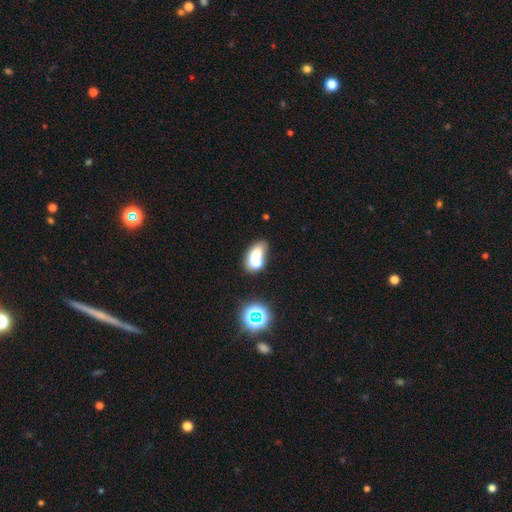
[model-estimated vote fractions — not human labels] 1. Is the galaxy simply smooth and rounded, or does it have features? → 62% smooth, 23% featured or disk, 15% star or artifact.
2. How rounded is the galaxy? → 74% in between, 23% round, 3% cigar-shaped.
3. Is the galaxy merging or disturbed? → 53% merger, 31% none, 10% minor disturbance, 6% major disturbance.